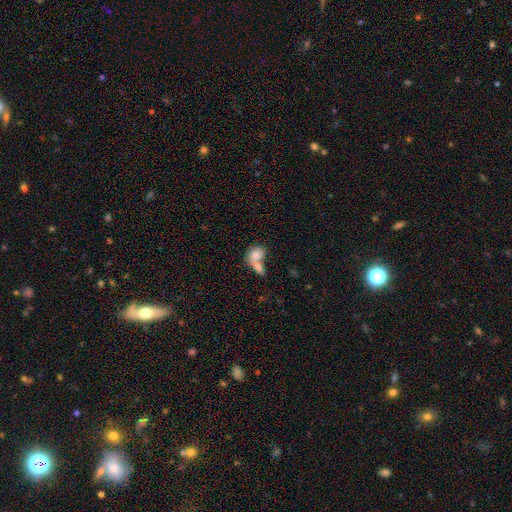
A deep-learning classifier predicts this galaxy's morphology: A smooth galaxy with no disk features (77%) that is in between round and cigar-shaped (61%). Merging: merger (67%).